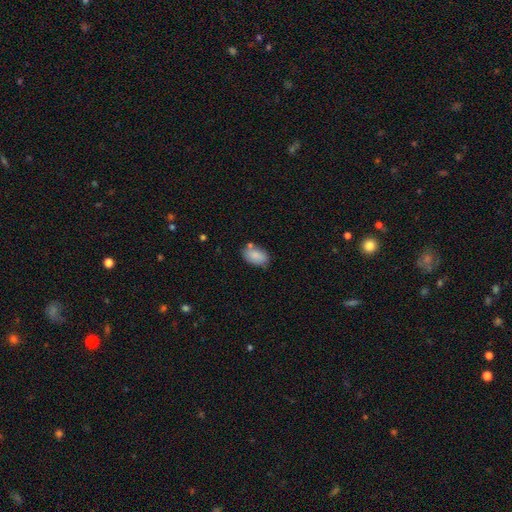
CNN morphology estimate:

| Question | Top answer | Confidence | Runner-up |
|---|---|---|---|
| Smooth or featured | smooth | 85% | featured or disk (8%) |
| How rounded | in between | 90% | round (8%) |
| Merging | none | 66% | minor disturbance (20%) |